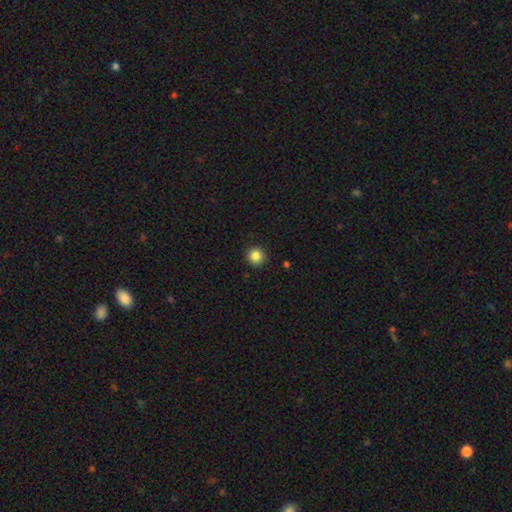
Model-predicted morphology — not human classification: Q: Smooth or featured?
A: smooth (86%); runner-up: star or artifact (10%)
Q: How rounded?
A: round (94%); runner-up: in between (5%)
Q: Merging?
A: none (91%); runner-up: minor disturbance (6%)